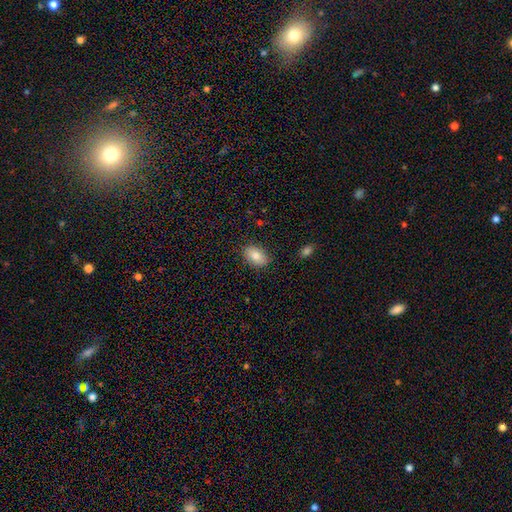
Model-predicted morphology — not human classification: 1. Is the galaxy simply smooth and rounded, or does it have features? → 83% smooth, 10% featured or disk, 7% star or artifact.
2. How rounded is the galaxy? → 89% in between, 9% round, 2% cigar-shaped.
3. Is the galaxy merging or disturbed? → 86% none, 11% minor disturbance, 2% major disturbance, 1% merger.